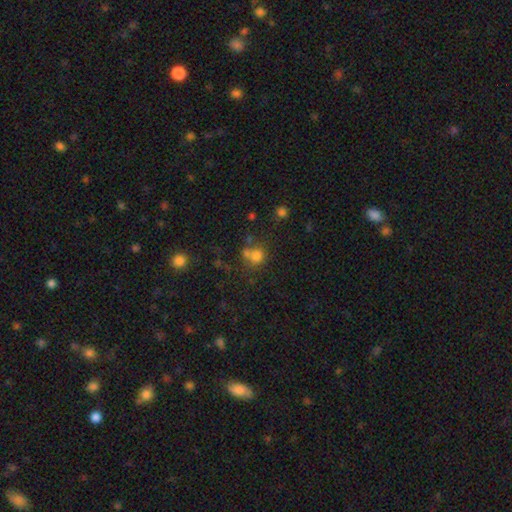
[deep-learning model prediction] Smooth or featured? Predicted: smooth (p=0.73). How rounded? Predicted: round (p=0.82). Merging? Predicted: none (p=0.51).